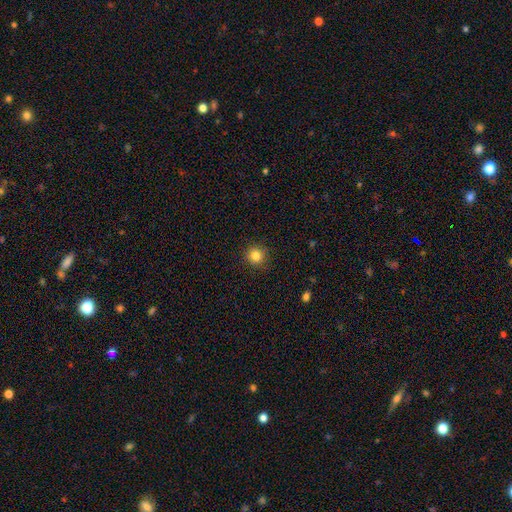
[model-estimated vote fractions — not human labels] smooth 84%, star or artifact 11%, featured or disk 5%. Down the decision tree: how rounded — round (94%); merging — none (91%).